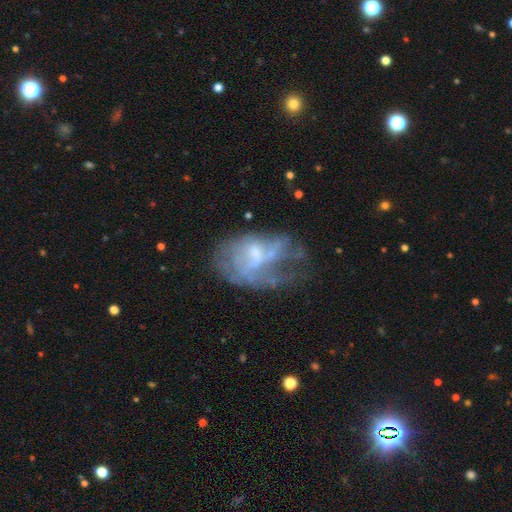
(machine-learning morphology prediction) Smooth or featured? featured or disk (61%)
Edge-on disk? no (97%)
Bar? no (67%)
Spiral arms? no (69%)
Bulge size? small (41%)
Merging? major disturbance (41%)